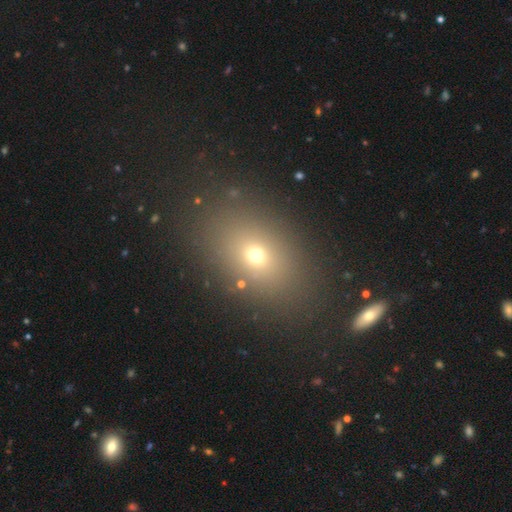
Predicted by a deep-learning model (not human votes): smooth_or_featured: smooth (p=0.66) [alt: star or artifact p=0.20]
how_rounded: in between (p=0.71) [alt: round p=0.27]
merging: none (p=0.83) [alt: minor disturbance p=0.09]